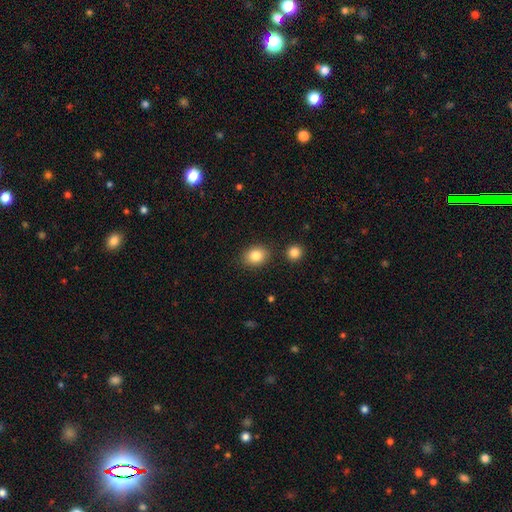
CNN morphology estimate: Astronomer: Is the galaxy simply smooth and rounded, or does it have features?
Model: smooth — 84%.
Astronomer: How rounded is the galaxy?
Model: in between — 52% (runner-up: round, 47%).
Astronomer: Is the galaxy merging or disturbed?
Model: none — 84%.